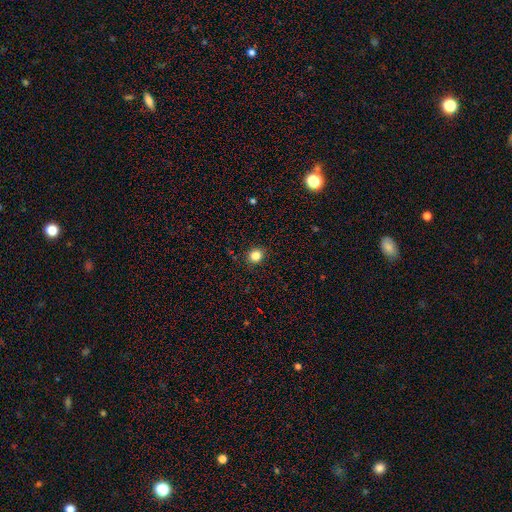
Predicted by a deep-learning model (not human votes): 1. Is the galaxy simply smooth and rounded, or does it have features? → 83% smooth, 12% star or artifact, 5% featured or disk.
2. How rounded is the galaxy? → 81% round, 18% in between, 1% cigar-shaped.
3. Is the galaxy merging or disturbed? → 91% none, 6% minor disturbance, 2% major disturbance, 1% merger.